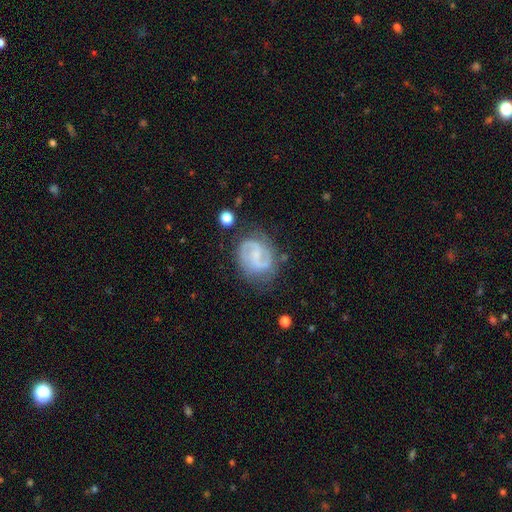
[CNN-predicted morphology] Smooth or featured?
  - featured or disk: 80% *
  - smooth: 13%
  - star or artifact: 7%
Edge-on disk?
  - no: 98% *
  - yes: 2%
Bar?
  - weak: 51% *
  - no: 29%
  - strong: 20%
Spiral arms?
  - yes: 93% *
  - no: 7%
Spiral winding?
  - medium: 48% *
  - tight: 32%
  - loose: 20%
Spiral arm count?
  - 2: 82% *
  - can't tell: 9%
  - 3: 4%
  - 1: 3%
  - 4: 1%
  - more than 4: 1%
Bulge size?
  - small: 56% *
  - none: 24%
  - moderate: 17%
  - large: 1%
  - dominant: 1%
Merging?
  - none: 71% *
  - minor disturbance: 18%
  - major disturbance: 8%
  - merger: 3%